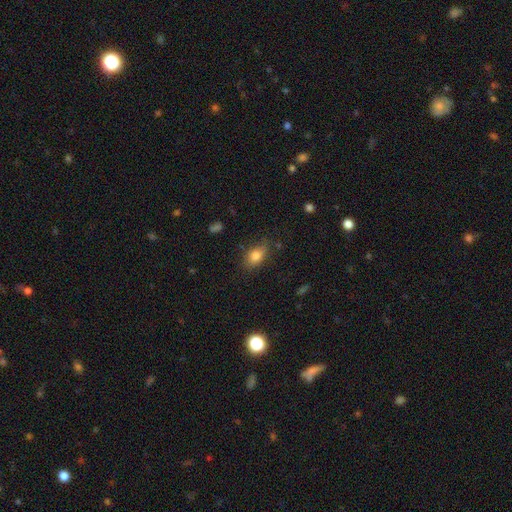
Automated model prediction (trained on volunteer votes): The model was most divided on "merging": none: 74%, minor disturbance: 19%, major disturbance: 4%, merger: 2%. More confident: how rounded — in between (82%); smooth or featured — smooth (81%).